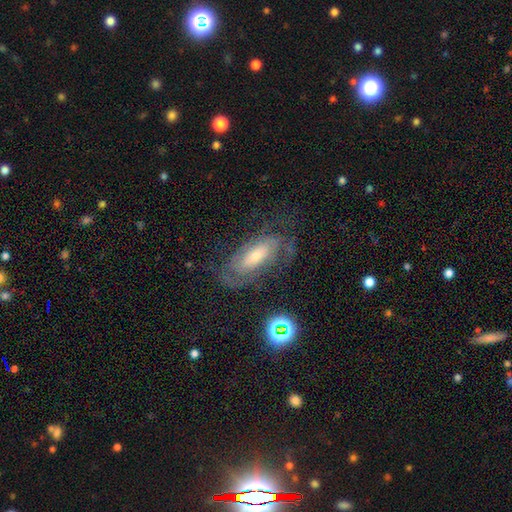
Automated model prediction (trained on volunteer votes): Q: Smooth or featured?
A: featured or disk (73%); runner-up: smooth (18%)
Q: Edge-on disk?
A: no (91%); runner-up: yes (9%)
Q: Bar?
A: no (56%); runner-up: weak (32%)
Q: Spiral arms?
A: yes (86%); runner-up: no (14%)
Q: Spiral winding?
A: tight (55%); runner-up: medium (33%)
Q: Spiral arm count?
A: can't tell (45%); runner-up: 2 (35%)
Q: Bulge size?
A: small (54%); runner-up: moderate (37%)
Q: Merging?
A: none (64%); runner-up: minor disturbance (18%)